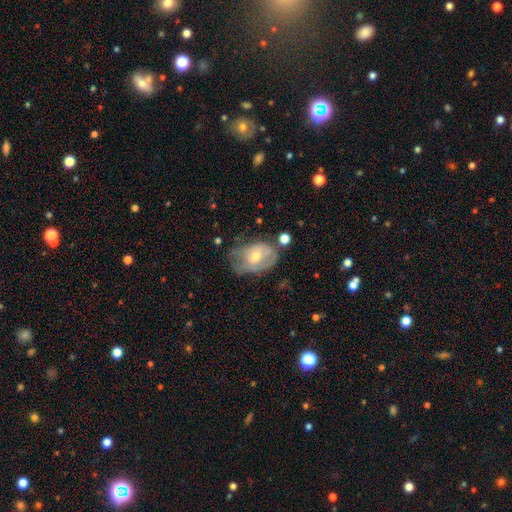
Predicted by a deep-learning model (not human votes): A featured or disk galaxy (57%) with no bar (66%), spiral arms (53%) and a moderate central bulge (53%).

Vote fractions:
- Smooth or featured? featured or disk: 57% / smooth: 36% / star or artifact: 7%
- Edge-on disk? no: 95% / yes: 5%
- Bar? no: 66% / weak: 28% / strong: 6%
- Spiral arms? yes: 53% / no: 47%
- Bulge size? moderate: 53% / small: 42% / large: 3% / none: 1% / dominant: 1%
- Merging? none: 39% / minor disturbance: 32% / major disturbance: 23% / merger: 7%